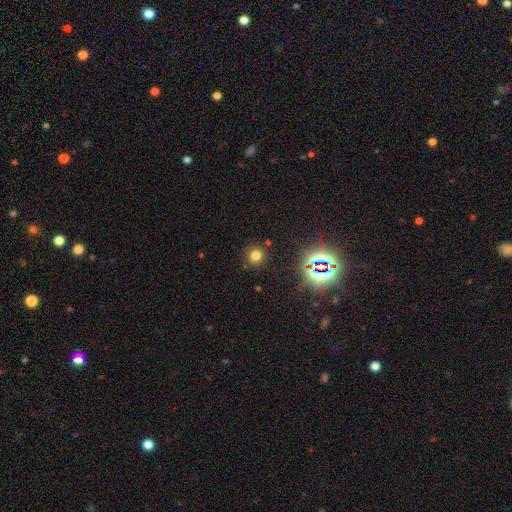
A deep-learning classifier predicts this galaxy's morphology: smooth 69%, star or artifact 23%, featured or disk 7%. Down the decision tree: how rounded — round (87%); merging — none (85%).